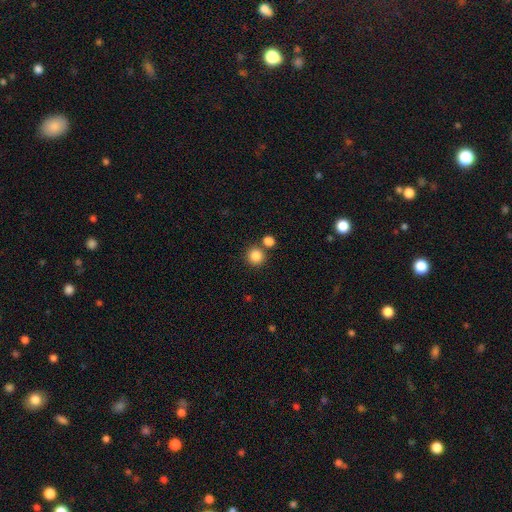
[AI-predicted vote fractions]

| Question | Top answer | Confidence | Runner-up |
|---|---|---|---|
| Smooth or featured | smooth | 85% | star or artifact (10%) |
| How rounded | round | 92% | in between (7%) |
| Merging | none | 73% | merger (18%) |